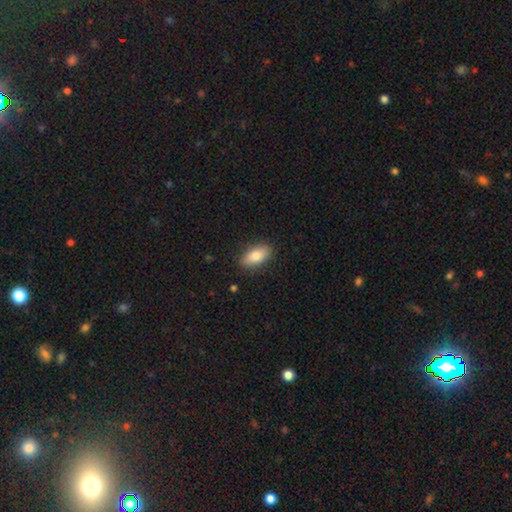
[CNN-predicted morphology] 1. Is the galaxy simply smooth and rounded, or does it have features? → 85% smooth, 9% featured or disk, 7% star or artifact.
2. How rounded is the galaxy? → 89% in between, 7% cigar-shaped, 3% round.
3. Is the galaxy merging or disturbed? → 86% none, 10% minor disturbance, 2% major disturbance, 1% merger.